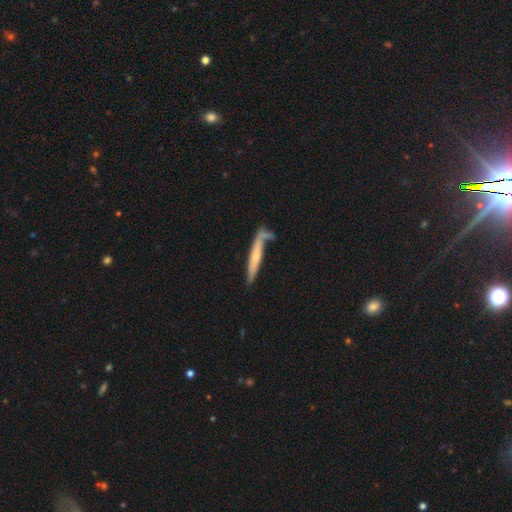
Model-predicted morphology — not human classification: This appears to be a featured or disk galaxy (48%). Merging: none (53%).